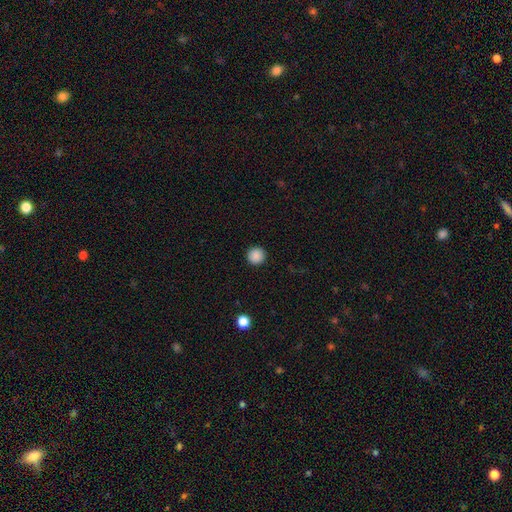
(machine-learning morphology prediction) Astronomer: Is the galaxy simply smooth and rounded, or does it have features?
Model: smooth — 88%.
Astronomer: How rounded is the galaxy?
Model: round — 96%.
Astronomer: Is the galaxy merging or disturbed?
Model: none — 93%.